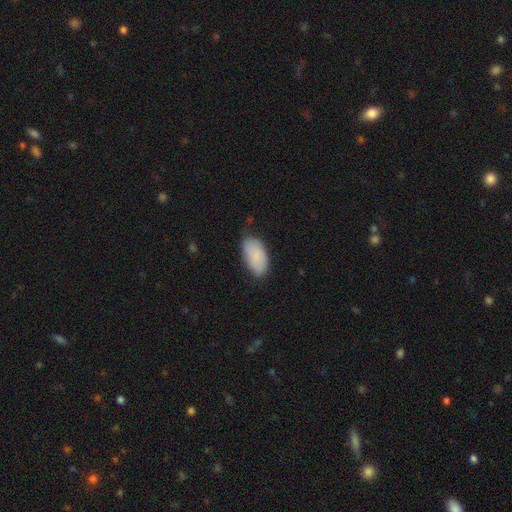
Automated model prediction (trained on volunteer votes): The model was most divided on "merging": none: 69%, minor disturbance: 25%, major disturbance: 4%, merger: 1%. More confident: how rounded — in between (95%); smooth or featured — smooth (86%).